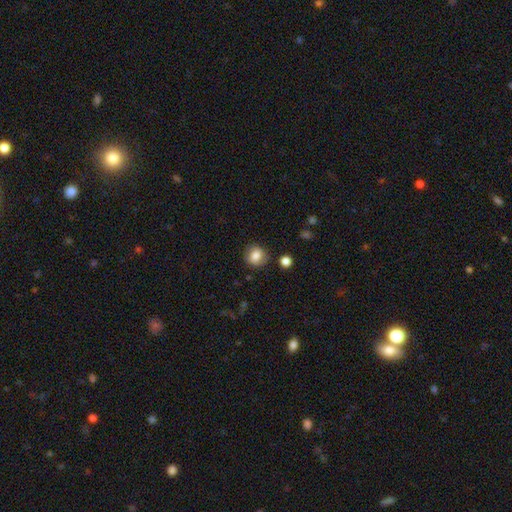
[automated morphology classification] Smooth or featured? smooth (82%)
How rounded? round (82%)
Merging? none (85%)